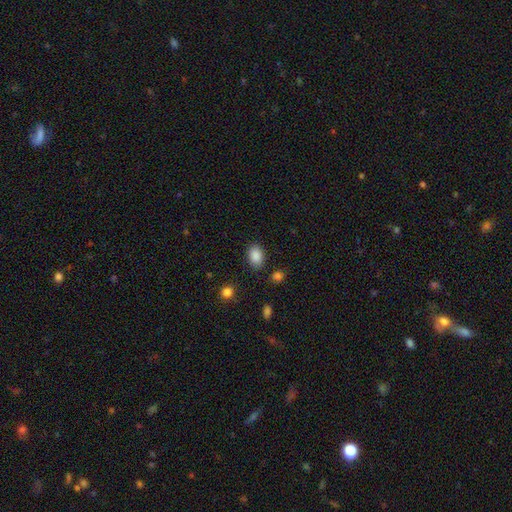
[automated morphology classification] smooth_or_featured: smooth (p=0.88) [alt: star or artifact p=0.08]
how_rounded: in between (p=0.83) [alt: round p=0.16]
merging: none (p=0.83) [alt: minor disturbance p=0.11]